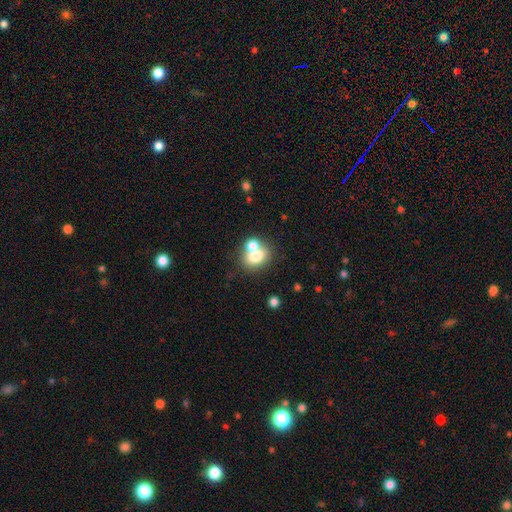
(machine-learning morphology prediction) The model was most divided on "merging": merger: 45%, none: 43%, minor disturbance: 9%, major disturbance: 4%. More confident: smooth or featured — smooth (71%); how rounded — round (53%).